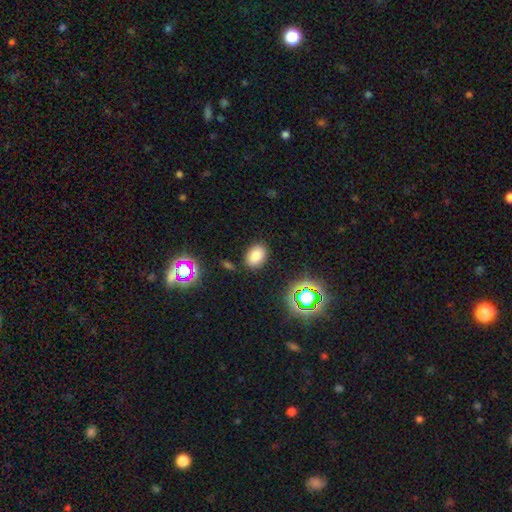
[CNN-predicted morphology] smooth 79%, star or artifact 15%, featured or disk 6%. Down the decision tree: how rounded — in between (75%); merging — none (84%).